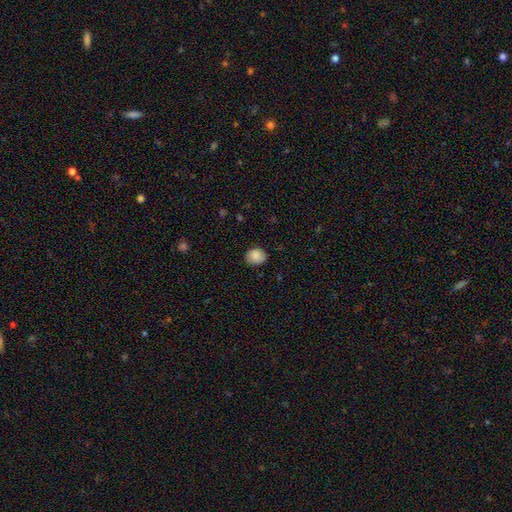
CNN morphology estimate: smooth-or-featured: smooth: 84% | star or artifact: 8% | featured or disk: 8%
  how-rounded: round: 59% | in between: 41% | cigar-shaped: 1%
  merging: none: 80% | minor disturbance: 16% | major disturbance: 3% | merger: 1%